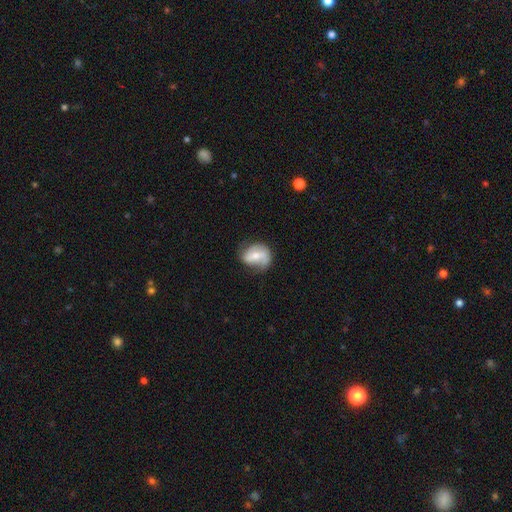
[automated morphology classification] Smooth or featured: featured or disk — 52% (smooth — 41%)
Edge-on disk: no — 96% (yes — 4%)
Bar: no — 44% (weak — 38%)
Spiral arms: yes — 76% (no — 24%)
Bulge size: moderate — 51% (small — 41%)
Merging: none — 50% (minor disturbance — 32%)